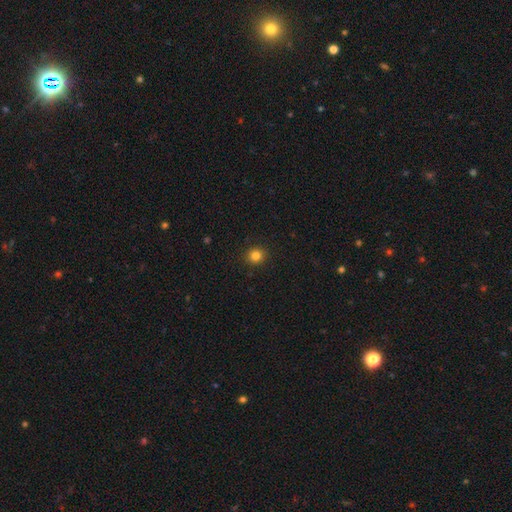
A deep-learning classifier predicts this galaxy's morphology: Q: Smooth or featured?
A: smooth (82%); runner-up: star or artifact (13%)
Q: How rounded?
A: round (88%); runner-up: in between (12%)
Q: Merging?
A: none (92%); runner-up: minor disturbance (5%)